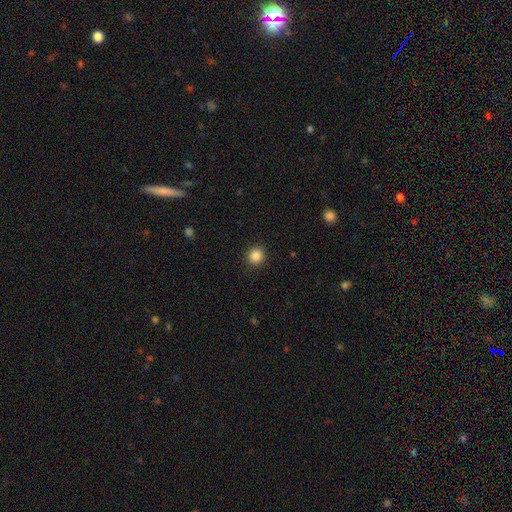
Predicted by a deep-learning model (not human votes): This appears to be a smooth galaxy with no disk features (86%) that is round (91%). Merging: none (92%).